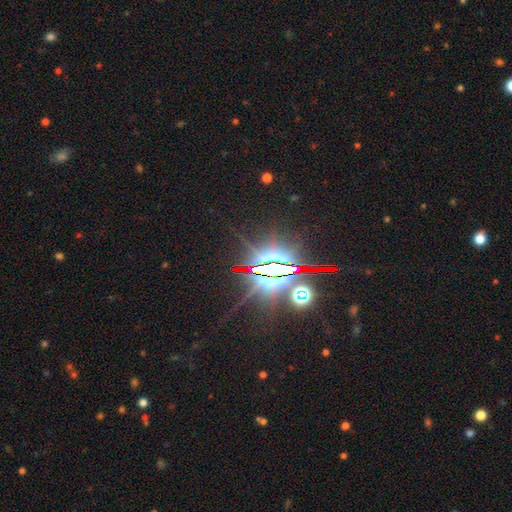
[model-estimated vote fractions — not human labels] smooth_or_featured: star or artifact (p=0.87) [alt: featured or disk p=0.07]